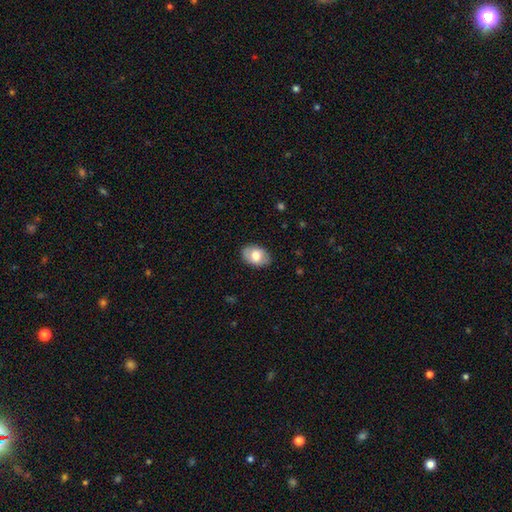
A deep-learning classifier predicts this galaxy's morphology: smooth 72%, featured or disk 21%, star or artifact 7%. Down the decision tree: how rounded — in between (84%); merging — none (84%).